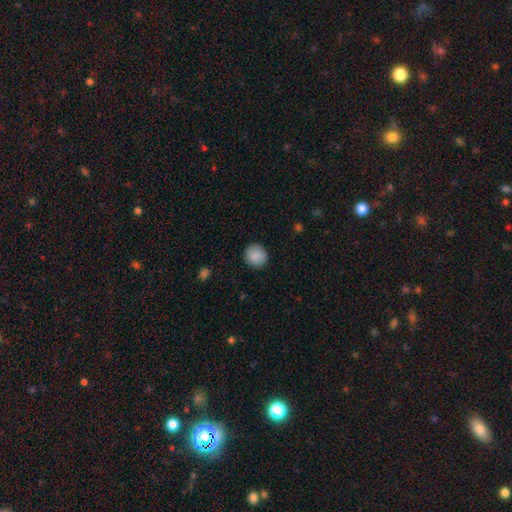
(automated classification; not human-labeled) Smooth or featured: smooth — 89% (star or artifact — 7%)
How rounded: round — 89% (in between — 10%)
Merging: none — 90% (minor disturbance — 7%)